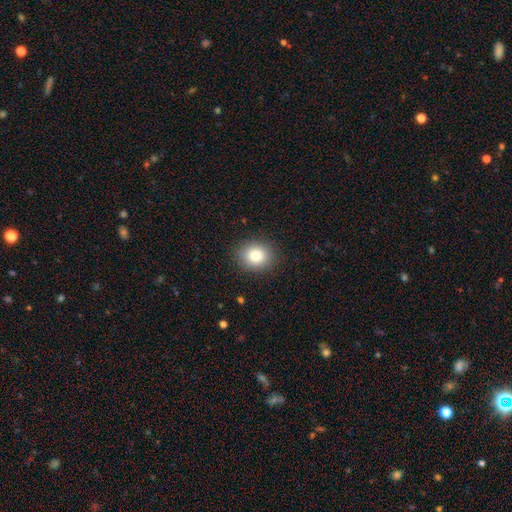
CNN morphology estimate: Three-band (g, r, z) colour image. It shows a smooth galaxy with no disk features (85%) that is round (60%). Merging: none (88%).